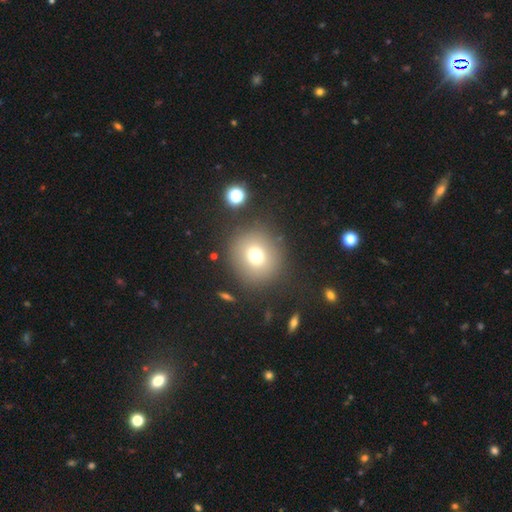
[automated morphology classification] Smooth or featured: smooth — 72% (star or artifact — 15%)
How rounded: round — 91% (in between — 8%)
Merging: none — 84% (minor disturbance — 8%)